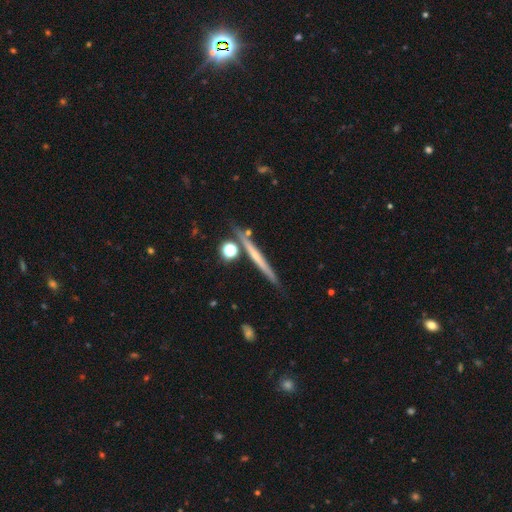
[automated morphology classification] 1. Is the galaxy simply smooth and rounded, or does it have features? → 56% featured or disk, 36% smooth, 8% star or artifact.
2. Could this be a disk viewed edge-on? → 96% yes, 4% no.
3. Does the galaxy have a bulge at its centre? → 70% none, 24% rounded, 5% boxy.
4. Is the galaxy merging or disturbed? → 82% none, 10% minor disturbance, 5% merger, 2% major disturbance.